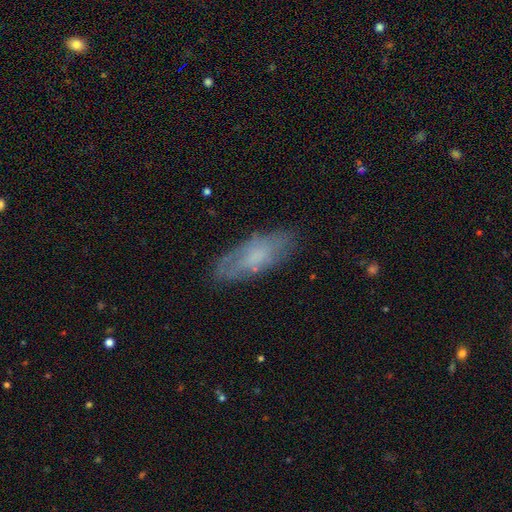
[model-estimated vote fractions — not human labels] The model was most divided on "smooth or featured": smooth: 54%, featured or disk: 38%, star or artifact: 8%. More confident: merging — none (75%); how rounded — in between (69%).